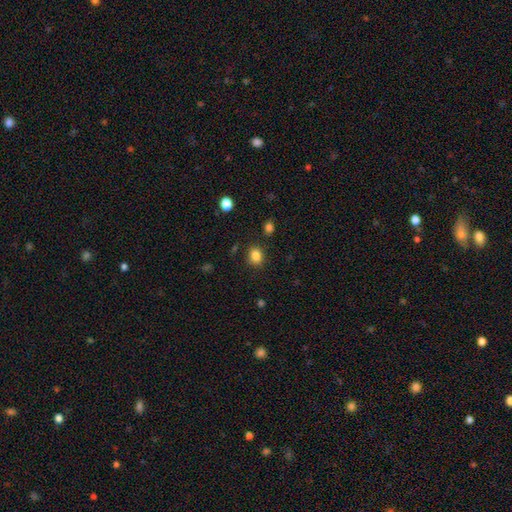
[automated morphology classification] A smooth galaxy with no disk features (84%) that is round (53%).

Vote fractions:
- Smooth or featured? smooth: 84% / star or artifact: 11% / featured or disk: 5%
- How rounded? round: 53% / in between: 46% / cigar-shaped: 1%
- Merging? none: 83% / minor disturbance: 11% / major disturbance: 3% / merger: 3%